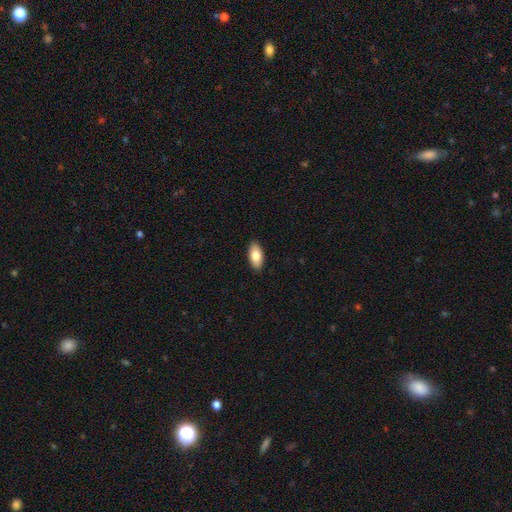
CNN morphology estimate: The model was most divided on "smooth or featured": smooth: 81%, featured or disk: 13%, star or artifact: 6%. More confident: how rounded — in between (91%); merging — none (90%).